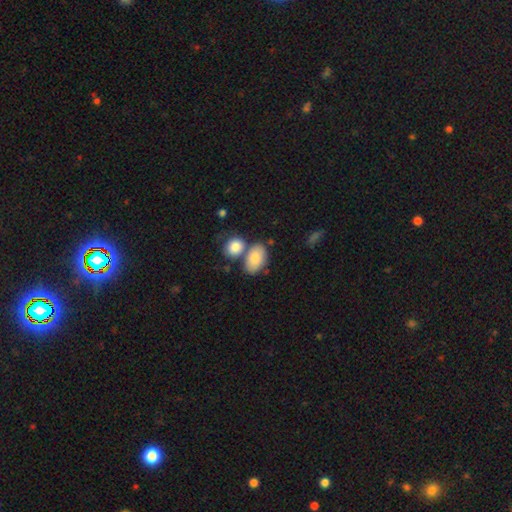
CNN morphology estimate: This appears to be a smooth galaxy with no disk features (82%) that is in between round and cigar-shaped (90%). Merging: none (50%).